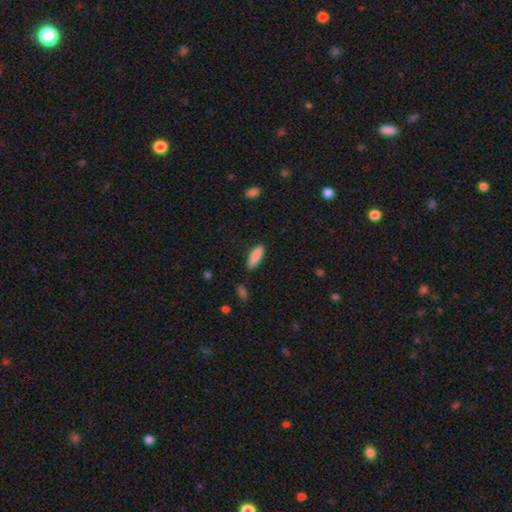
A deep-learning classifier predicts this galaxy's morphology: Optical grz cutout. It shows a smooth galaxy with no disk features (87%) that is cigar-shaped (51%). Merging: none (79%).